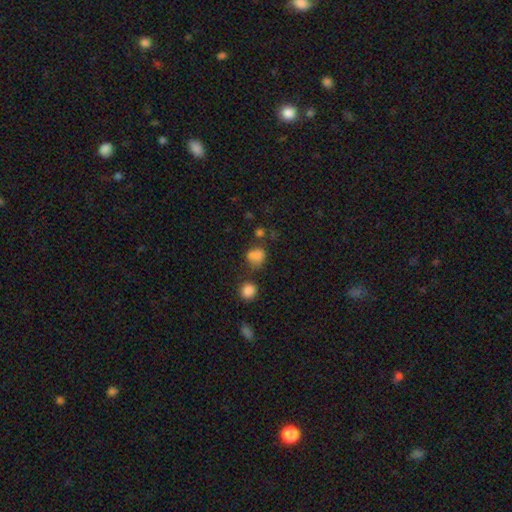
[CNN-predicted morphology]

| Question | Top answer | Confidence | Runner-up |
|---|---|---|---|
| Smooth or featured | smooth | 74% | star or artifact (17%) |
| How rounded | round | 51% | in between (48%) |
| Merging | none | 48% | minor disturbance (21%) |